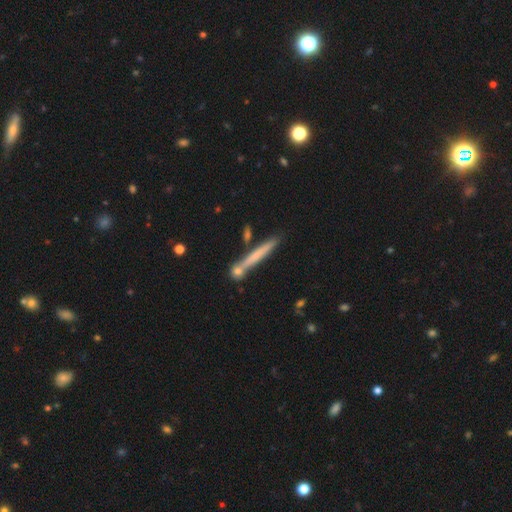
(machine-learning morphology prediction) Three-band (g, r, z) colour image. It shows a smooth galaxy with no disk features (58%) that is cigar-shaped (96%). Merging: none (75%).